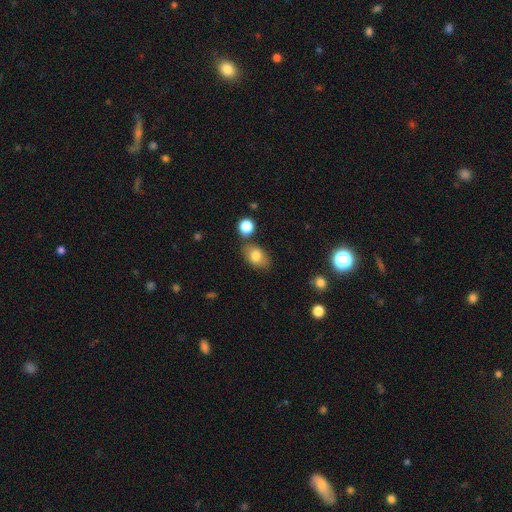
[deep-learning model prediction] smooth 78%, featured or disk 14%, star or artifact 8%. Down the decision tree: how rounded — in between (84%); merging — none (70%).